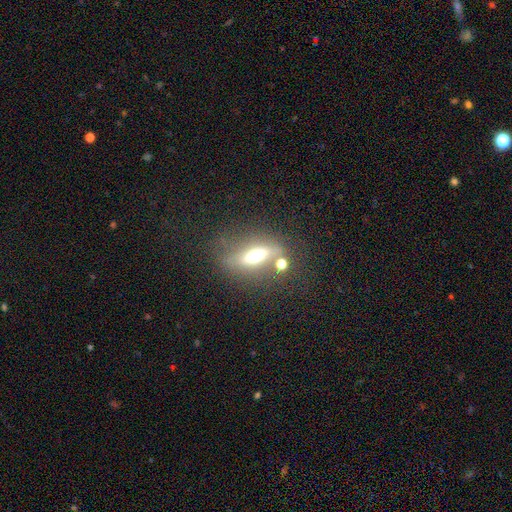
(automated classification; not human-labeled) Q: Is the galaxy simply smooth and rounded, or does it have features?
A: featured or disk — 47%.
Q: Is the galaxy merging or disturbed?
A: none — 61%.